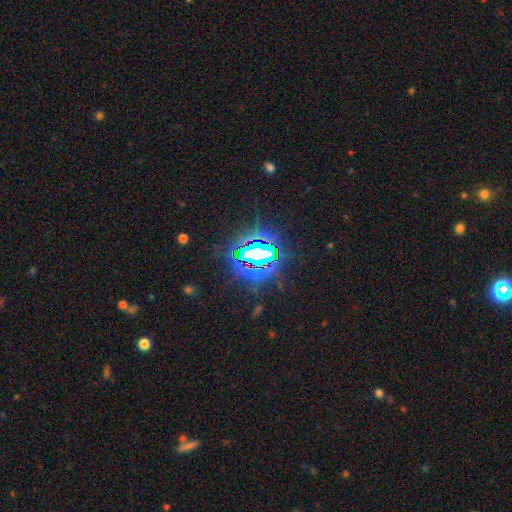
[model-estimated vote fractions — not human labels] Smooth or featured? Predicted: star or artifact (p=0.79).